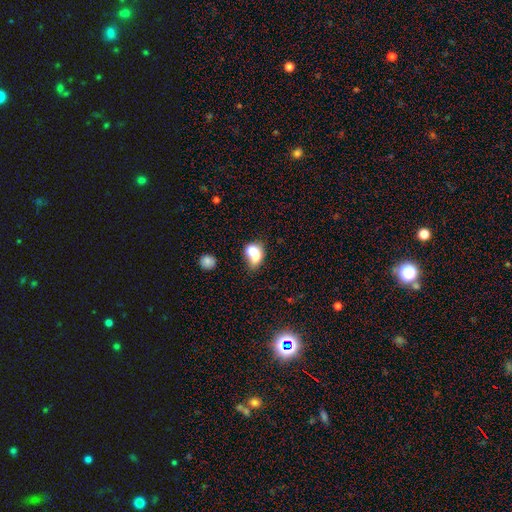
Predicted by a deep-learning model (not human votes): Smooth or featured? smooth (68%)
How rounded? in between (52%)
Merging? merger (53%)